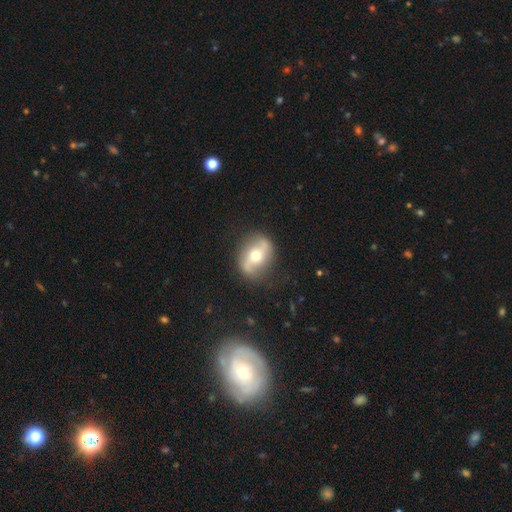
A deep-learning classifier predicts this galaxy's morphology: The model was most divided on "bar": no: 37%, strong: 35%, weak: 28%. More confident: edge-on disk — no (92%); merging — none (81%); spiral arms — yes (76%); smooth or featured — featured or disk (69%); bulge size — moderate (66%).